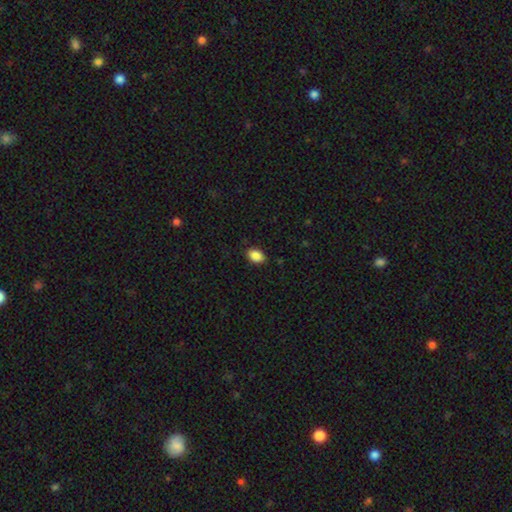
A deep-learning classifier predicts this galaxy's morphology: A smooth galaxy with no disk features (88%) that is in between round and cigar-shaped (86%).

Vote fractions:
- Smooth or featured? smooth: 88% / star or artifact: 8% / featured or disk: 4%
- How rounded? in between: 86% / round: 13% / cigar-shaped: 1%
- Merging? none: 87% / minor disturbance: 10% / major disturbance: 2% / merger: 1%